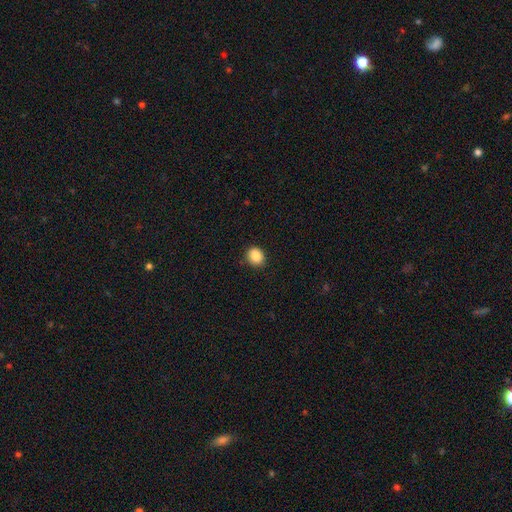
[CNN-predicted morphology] Smooth or featured: smooth — 88% (star or artifact — 9%)
How rounded: round — 63% (in between — 36%)
Merging: none — 88% (minor disturbance — 9%)